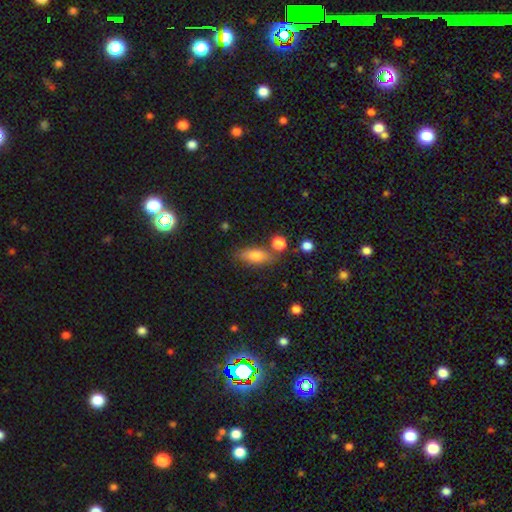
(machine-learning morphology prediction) smooth-or-featured: smooth: 75% | featured or disk: 17% | star or artifact: 8%
  how-rounded: in between: 77% | cigar-shaped: 18% | round: 5%
  merging: none: 72% | minor disturbance: 15% | merger: 9% | major disturbance: 4%